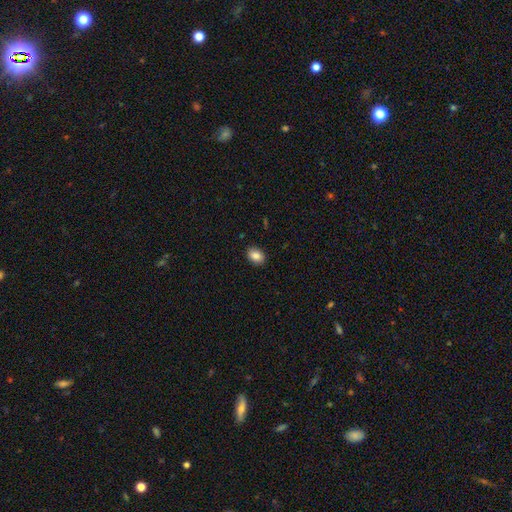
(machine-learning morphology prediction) A smooth galaxy with no disk features (85%) that is in between round and cigar-shaped (77%).

Vote fractions:
- Smooth or featured? smooth: 85% / star or artifact: 8% / featured or disk: 7%
- How rounded? in between: 77% / round: 22% / cigar-shaped: 1%
- Merging? none: 90% / minor disturbance: 8% / major disturbance: 2% / merger: 1%